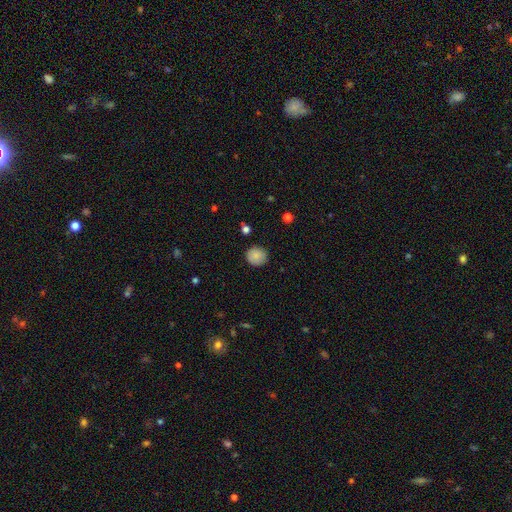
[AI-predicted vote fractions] smooth_or_featured: smooth (p=0.83) [alt: star or artifact p=0.09]
how_rounded: round (p=0.90) [alt: in between p=0.09]
merging: none (p=0.87) [alt: minor disturbance p=0.10]